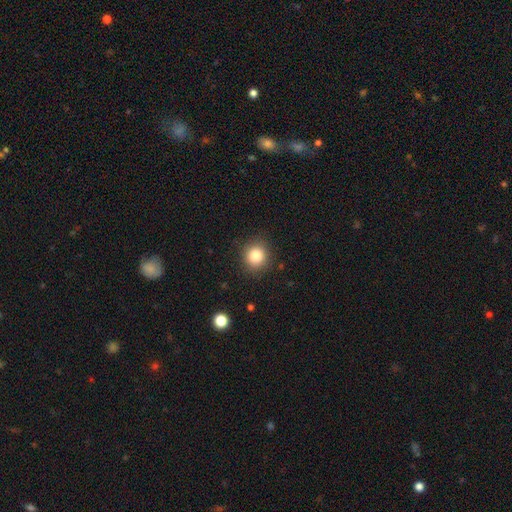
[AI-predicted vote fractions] Q: Smooth or featured?
A: smooth (83%); runner-up: star or artifact (11%)
Q: How rounded?
A: round (90%); runner-up: in between (9%)
Q: Merging?
A: none (88%); runner-up: minor disturbance (8%)